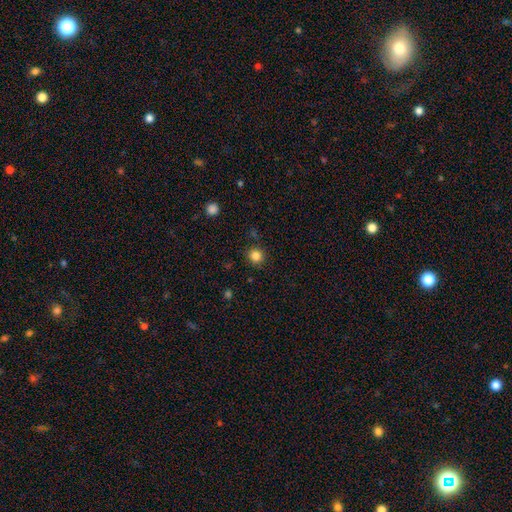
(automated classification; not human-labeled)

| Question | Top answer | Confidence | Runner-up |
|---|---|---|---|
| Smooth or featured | smooth | 84% | star or artifact (12%) |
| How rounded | round | 92% | in between (7%) |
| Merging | none | 88% | minor disturbance (8%) |